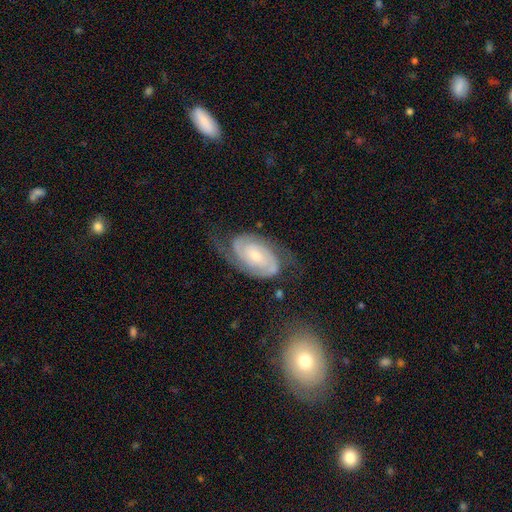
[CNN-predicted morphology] Q: Smooth or featured?
A: featured or disk (87%); runner-up: smooth (8%)
Q: Edge-on disk?
A: no (97%); runner-up: yes (3%)
Q: Bar?
A: no (54%); runner-up: weak (36%)
Q: Spiral arms?
A: yes (97%); runner-up: no (3%)
Q: Spiral winding?
A: tight (60%); runner-up: medium (32%)
Q: Spiral arm count?
A: 2 (85%); runner-up: can't tell (7%)
Q: Bulge size?
A: small (56%); runner-up: moderate (36%)
Q: Merging?
A: none (68%); runner-up: minor disturbance (19%)